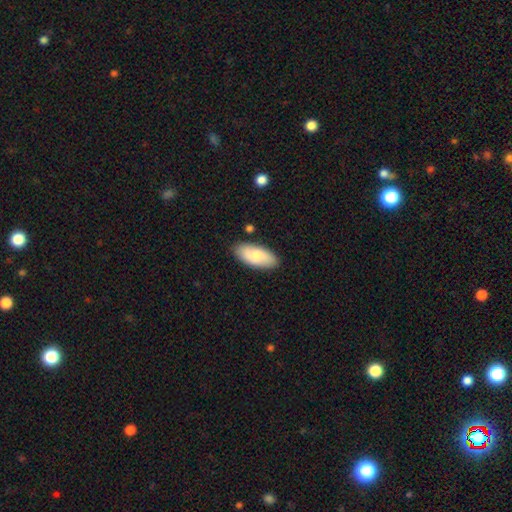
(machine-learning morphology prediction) smooth_or_featured: smooth (p=0.76) [alt: featured or disk p=0.18]
how_rounded: in between (p=0.88) [alt: cigar-shaped p=0.10]
merging: none (p=0.85) [alt: minor disturbance p=0.11]